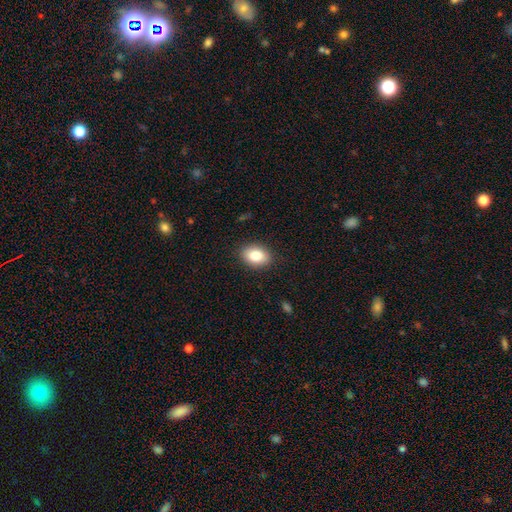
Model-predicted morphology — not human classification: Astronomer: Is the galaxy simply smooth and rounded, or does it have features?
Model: smooth — 83%.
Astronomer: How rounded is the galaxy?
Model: in between — 79%.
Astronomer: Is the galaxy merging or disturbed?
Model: none — 88%.